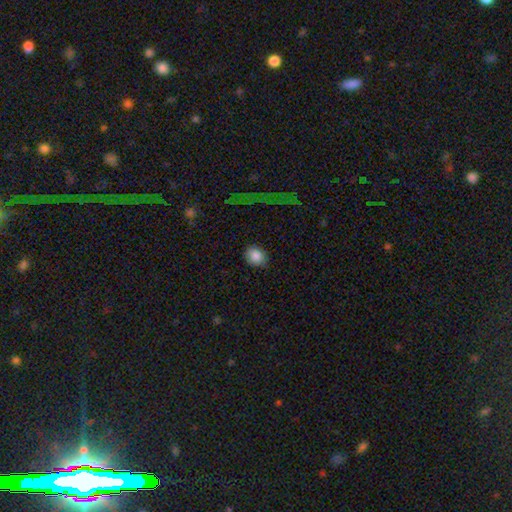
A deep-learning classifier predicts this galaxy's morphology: The model was most divided on "how rounded": round: 72%, in between: 27%, cigar-shaped: 1%. More confident: smooth or featured — smooth (86%); merging — none (84%).